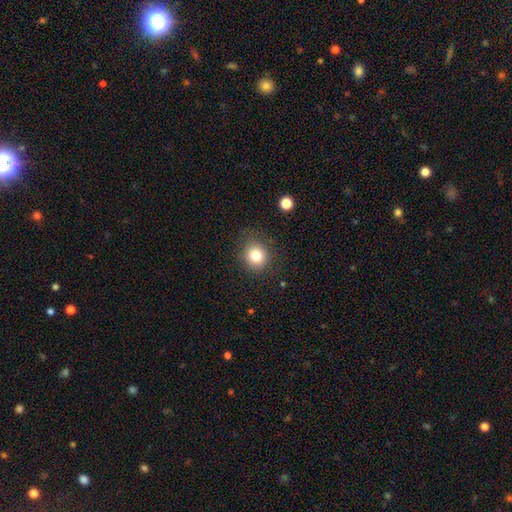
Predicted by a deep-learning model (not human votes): This is likely a smooth galaxy (79%). How rounded: clearly round (84%). Merging: clearly none (83%).